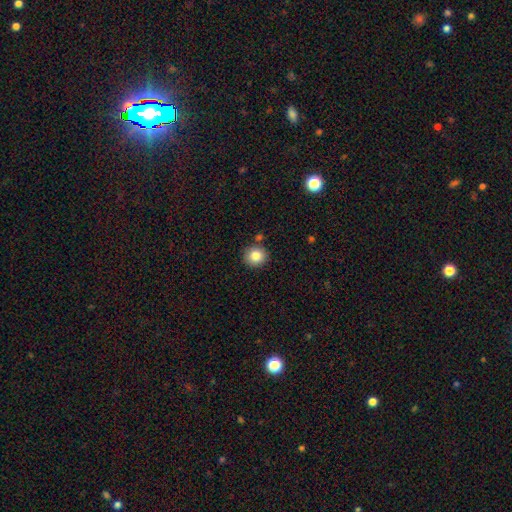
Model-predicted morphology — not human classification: type=smooth (84%); roundness=round (89%); merging=none (85%).